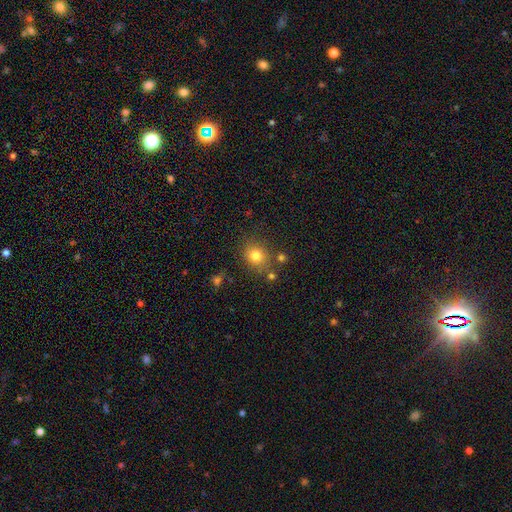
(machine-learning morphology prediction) The model was most divided on "how rounded": round: 72%, in between: 27%, cigar-shaped: 1%. More confident: smooth or featured — smooth (78%); merging — none (77%).